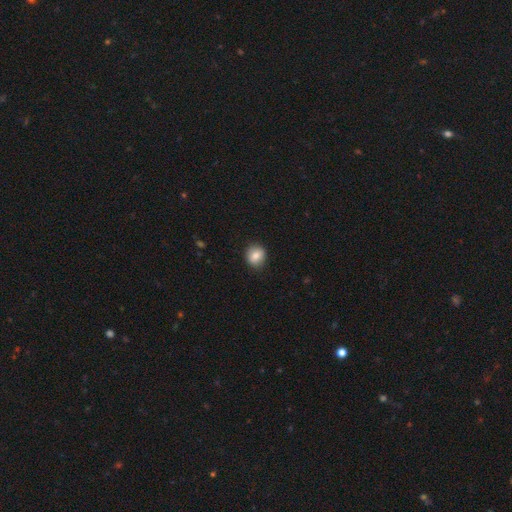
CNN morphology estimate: Smooth or featured?
  - smooth: 82% *
  - featured or disk: 9%
  - star or artifact: 9%
How rounded?
  - round: 76% *
  - in between: 23%
  - cigar-shaped: 1%
Merging?
  - none: 87% *
  - minor disturbance: 10%
  - major disturbance: 2%
  - merger: 1%